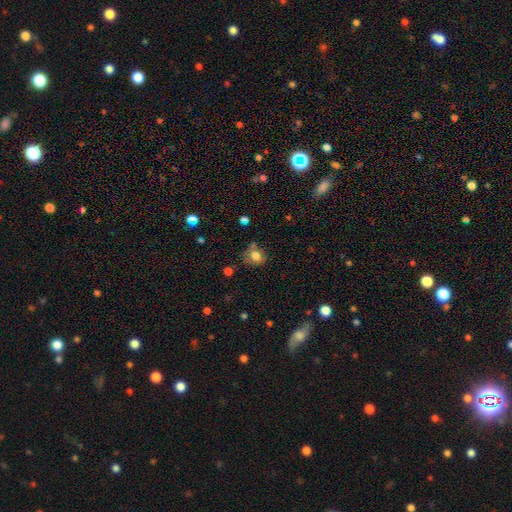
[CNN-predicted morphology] smooth-or-featured: smooth: 75% | featured or disk: 14% | star or artifact: 12%
  how-rounded: round: 71% | in between: 28% | cigar-shaped: 1%
  merging: none: 56% | minor disturbance: 25% | major disturbance: 10% | merger: 9%